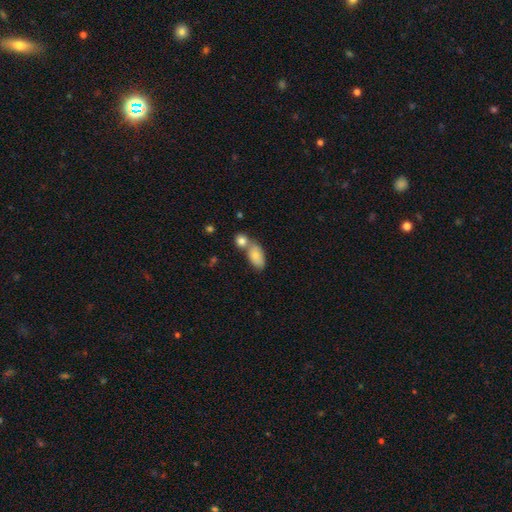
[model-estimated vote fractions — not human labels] Overall: smooth (81%). How rounded: in between (89%). Merging: merger (43%; none 41%).